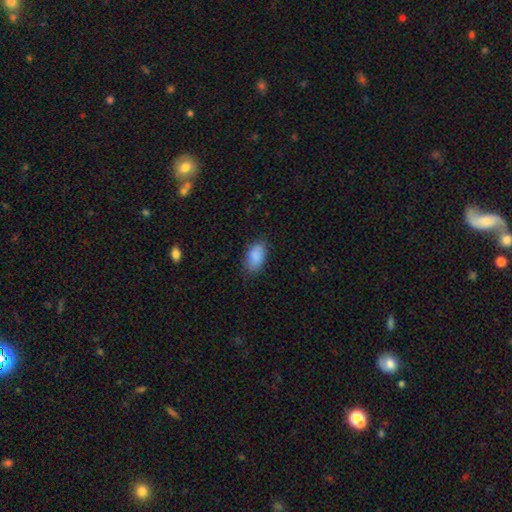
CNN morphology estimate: Smooth or featured?
  - smooth: 87% *
  - star or artifact: 7%
  - featured or disk: 6%
How rounded?
  - in between: 93% *
  - round: 5%
  - cigar-shaped: 2%
Merging?
  - none: 77% *
  - minor disturbance: 18%
  - major disturbance: 4%
  - merger: 1%